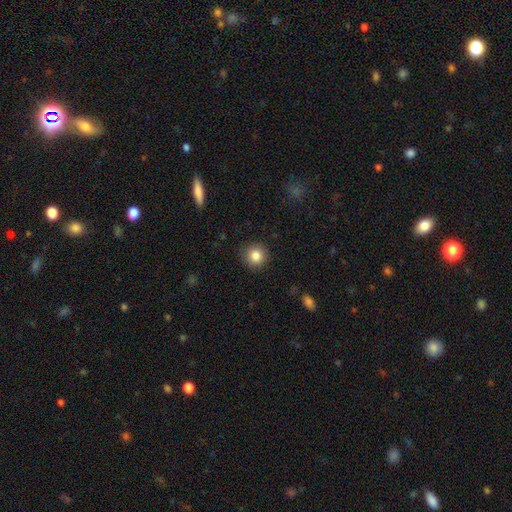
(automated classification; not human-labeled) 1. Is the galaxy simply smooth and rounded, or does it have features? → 84% smooth, 10% star or artifact, 6% featured or disk.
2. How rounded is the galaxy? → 94% round, 5% in between, 1% cigar-shaped.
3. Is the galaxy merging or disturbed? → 90% none, 7% minor disturbance, 2% major disturbance, 1% merger.